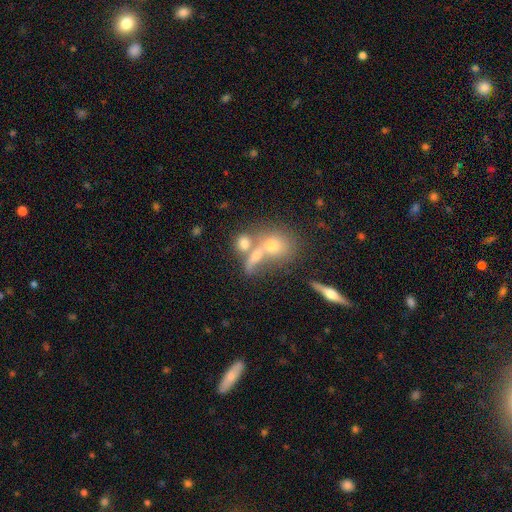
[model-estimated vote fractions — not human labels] Smooth or featured: smooth — 61% (featured or disk — 25%)
How rounded: in between — 47% (round — 45%)
Merging: merger — 54% (none — 29%)